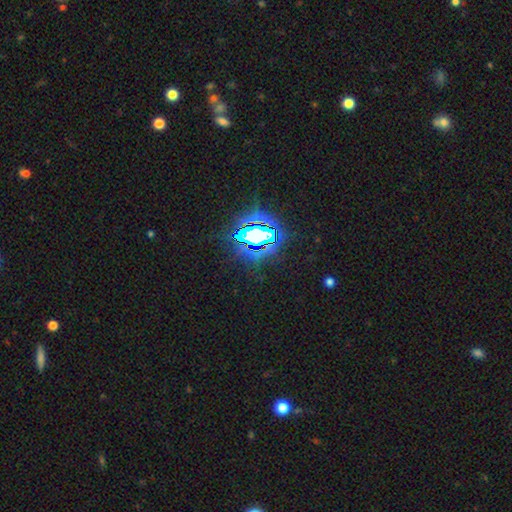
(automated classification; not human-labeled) A star or artifact, not a galaxy (83%).